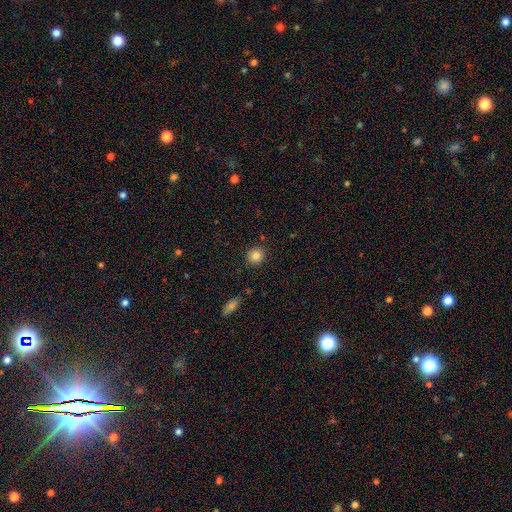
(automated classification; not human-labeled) Smooth or featured: smooth — 85% (star or artifact — 10%)
How rounded: round — 90% (in between — 9%)
Merging: none — 88% (minor disturbance — 8%)